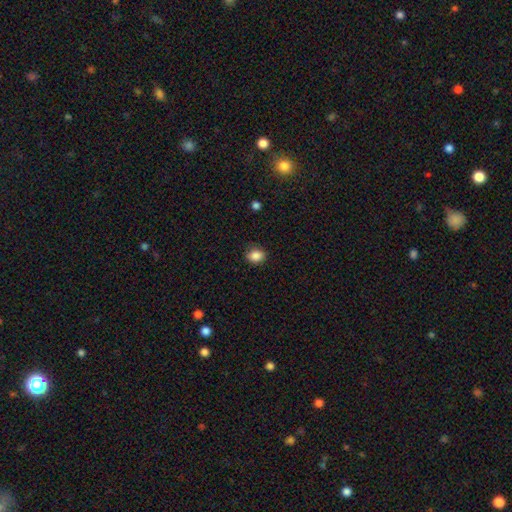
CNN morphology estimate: smooth 87%, star or artifact 9%, featured or disk 4%. Down the decision tree: how rounded — round (54%); merging — none (84%).